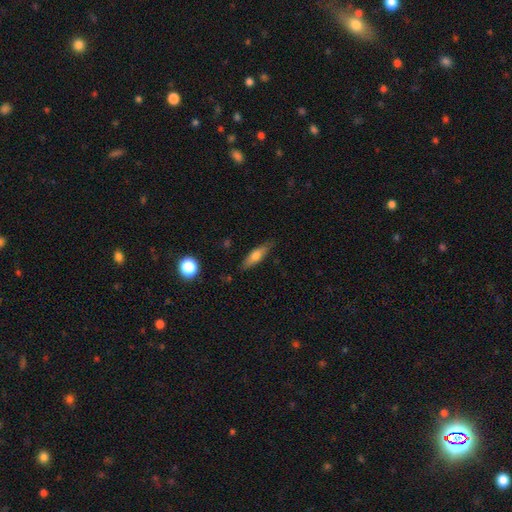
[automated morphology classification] smooth-or-featured: smooth: 64% | featured or disk: 29% | star or artifact: 7%
  how-rounded: cigar-shaped: 55% | in between: 42% | round: 3%
  merging: none: 81% | minor disturbance: 14% | major disturbance: 3% | merger: 2%